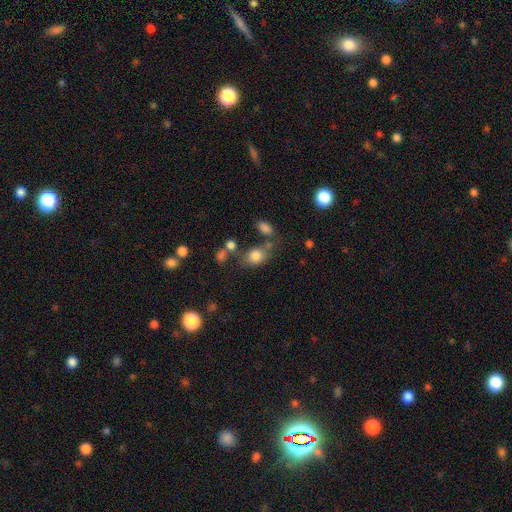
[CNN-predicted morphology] smooth-or-featured: smooth: 79% | star or artifact: 11% | featured or disk: 10%
  how-rounded: in between: 62% | round: 36% | cigar-shaped: 2%
  merging: none: 53% | minor disturbance: 20% | merger: 16% | major disturbance: 10%